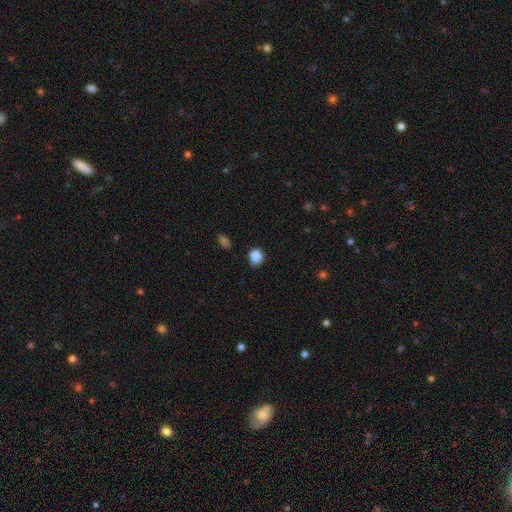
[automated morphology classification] Q: Smooth or featured?
A: smooth (85%); runner-up: star or artifact (11%)
Q: How rounded?
A: round (73%); runner-up: in between (26%)
Q: Merging?
A: none (79%); runner-up: minor disturbance (17%)